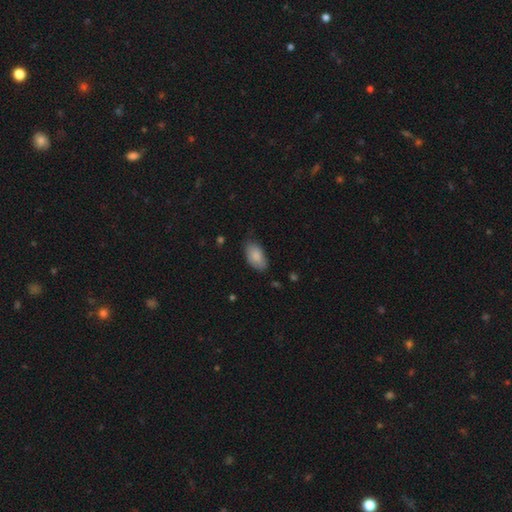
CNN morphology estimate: smooth-or-featured: smooth: 86% | featured or disk: 8% | star or artifact: 6%
  how-rounded: in between: 94% | round: 3% | cigar-shaped: 3%
  merging: none: 72% | minor disturbance: 22% | major disturbance: 4% | merger: 1%